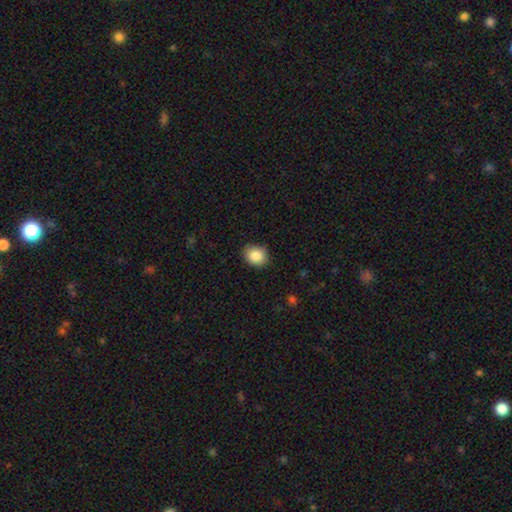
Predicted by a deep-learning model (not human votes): Smooth or featured?
  - smooth: 86% *
  - star or artifact: 9%
  - featured or disk: 5%
How rounded?
  - round: 60% *
  - in between: 40%
  - cigar-shaped: 1%
Merging?
  - none: 84% *
  - minor disturbance: 13%
  - major disturbance: 2%
  - merger: 1%